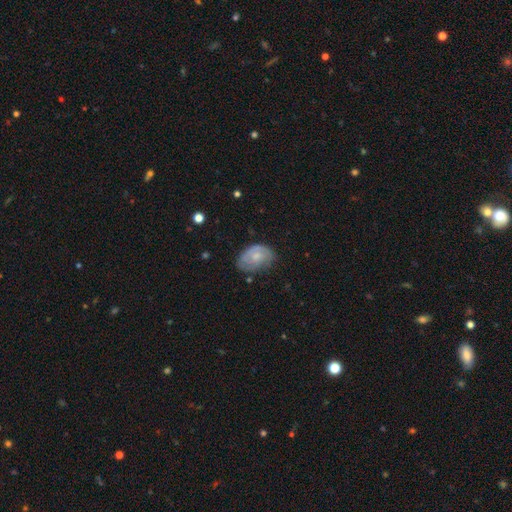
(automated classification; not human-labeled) This is possibly a featured or disk galaxy (55%). It is clearly not viewed edge-on (96%). Bar: likely no (70%). Spiral arm pattern: likely yes (76%). Central bulge: possibly small (48%). Merging: possibly none (60%).